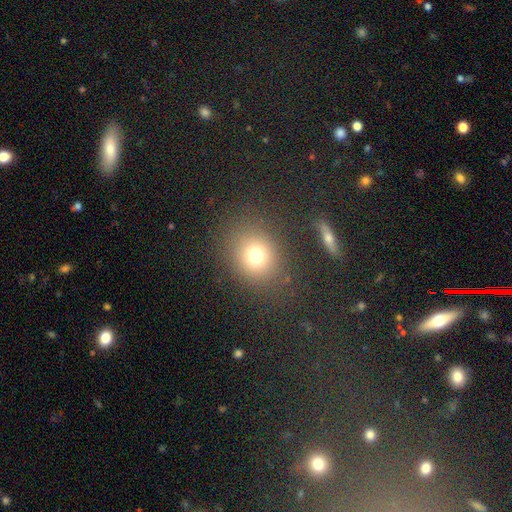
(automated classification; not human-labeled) Smooth or featured?
  - smooth: 76% *
  - star or artifact: 14%
  - featured or disk: 11%
How rounded?
  - round: 67% *
  - in between: 31%
  - cigar-shaped: 1%
Merging?
  - none: 80% *
  - minor disturbance: 11%
  - major disturbance: 5%
  - merger: 4%